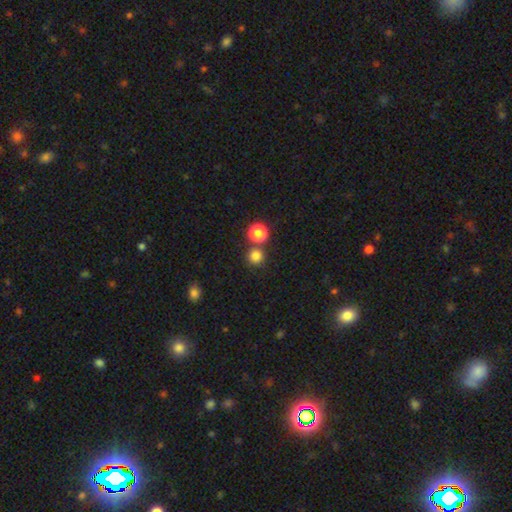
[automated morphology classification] Smooth or featured? Predicted: smooth (p=0.80). How rounded? Predicted: round (p=0.93). Merging? Predicted: none (p=0.74).